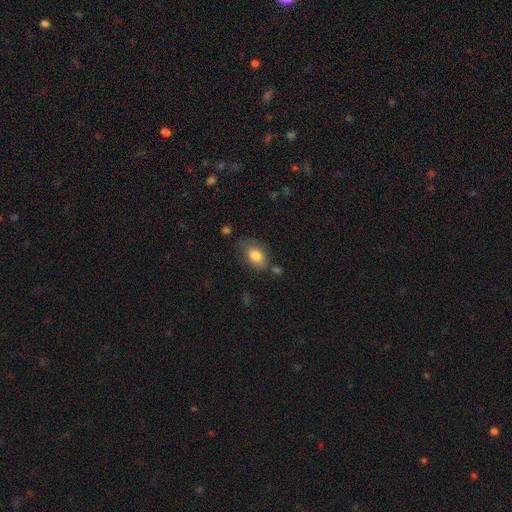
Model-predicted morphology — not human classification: Q: Smooth or featured?
A: smooth (82%); runner-up: featured or disk (10%)
Q: How rounded?
A: in between (85%); runner-up: round (14%)
Q: Merging?
A: none (61%); runner-up: minor disturbance (25%)